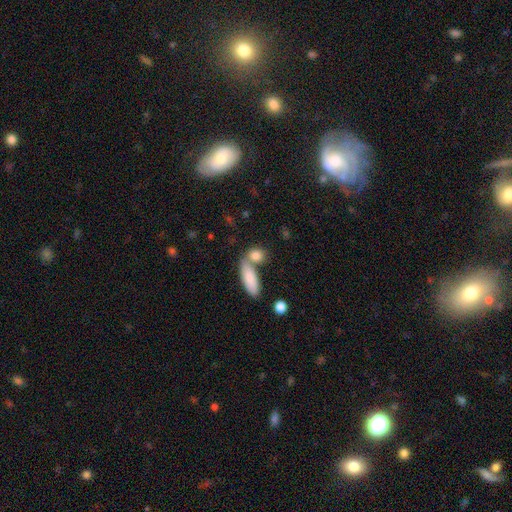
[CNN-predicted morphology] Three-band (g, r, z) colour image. It shows a smooth galaxy with no disk features (84%) that is in between round and cigar-shaped (54%). Merging: none (52%).